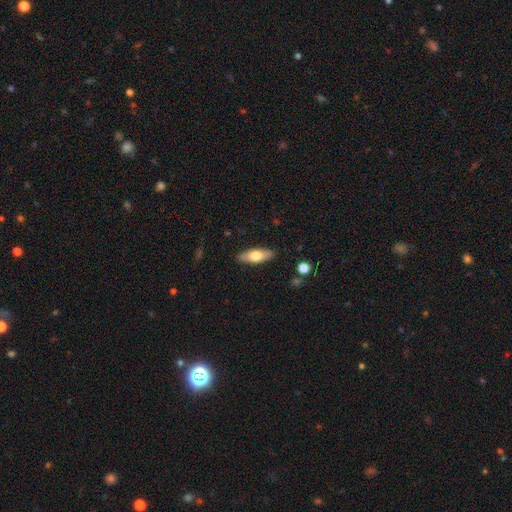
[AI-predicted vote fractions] Smooth or featured?
  - smooth: 64% *
  - featured or disk: 30%
  - star or artifact: 6%
How rounded?
  - in between: 66% *
  - cigar-shaped: 32%
  - round: 2%
Merging?
  - none: 87% *
  - minor disturbance: 10%
  - major disturbance: 2%
  - merger: 1%